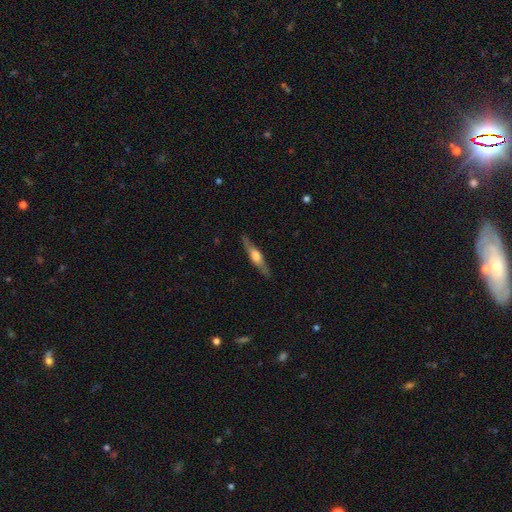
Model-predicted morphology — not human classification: featured or disk 62%, smooth 32%, star or artifact 5%. Down the decision tree: edge-on disk — yes (94%); edge-on bulge — rounded (84%); merging — none (86%).